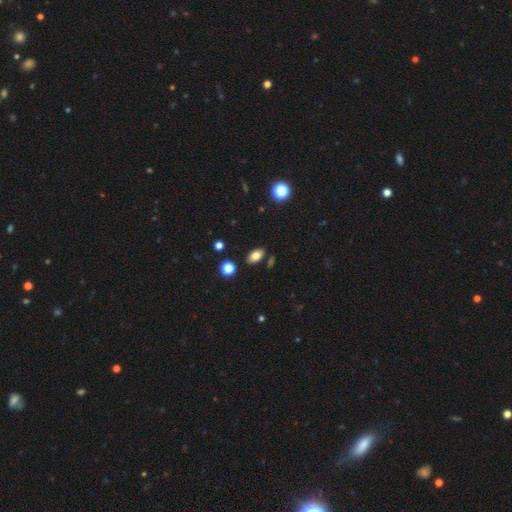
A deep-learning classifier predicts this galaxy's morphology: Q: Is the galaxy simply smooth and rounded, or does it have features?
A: smooth — 80%.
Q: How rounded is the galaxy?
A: in between — 88%.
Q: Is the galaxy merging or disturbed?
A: none — 84%.